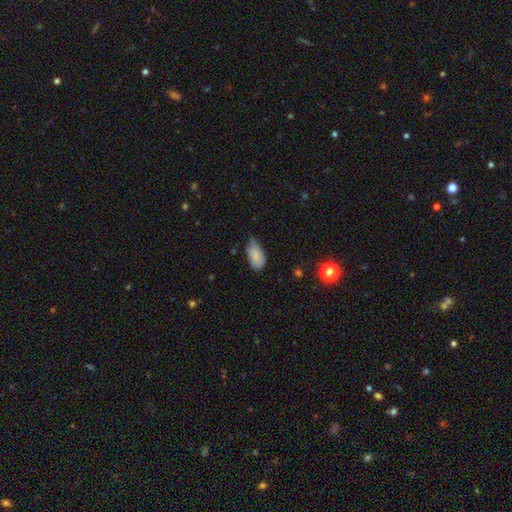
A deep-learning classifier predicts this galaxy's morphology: Smooth or featured?
  - smooth: 81% *
  - featured or disk: 12%
  - star or artifact: 8%
How rounded?
  - in between: 93% *
  - round: 4%
  - cigar-shaped: 3%
Merging?
  - minor disturbance: 48% *
  - none: 41%
  - major disturbance: 9%
  - merger: 2%